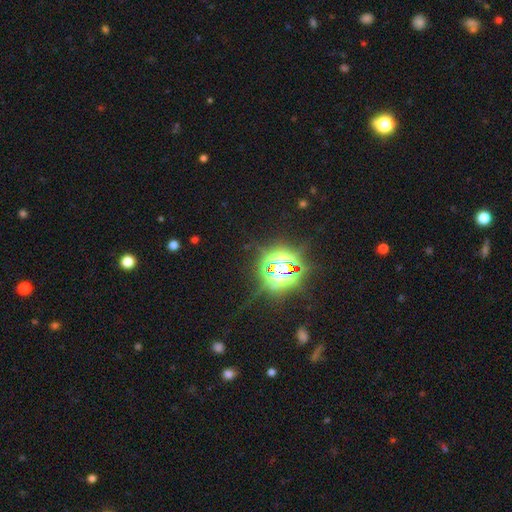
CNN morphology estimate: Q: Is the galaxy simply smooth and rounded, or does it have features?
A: star or artifact — 84%.